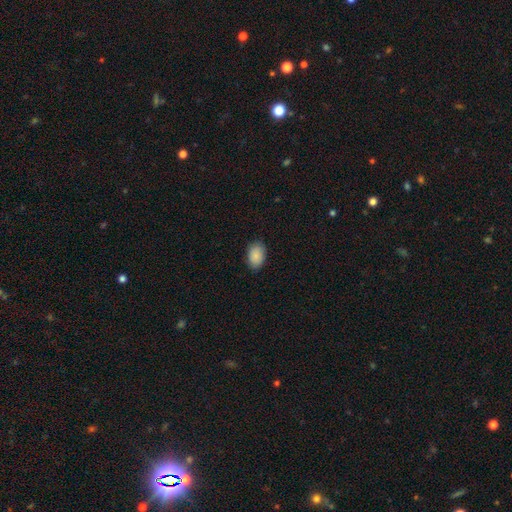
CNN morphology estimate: Smooth or featured: smooth — 89% (star or artifact — 7%)
How rounded: in between — 87% (round — 12%)
Merging: none — 86% (minor disturbance — 11%)